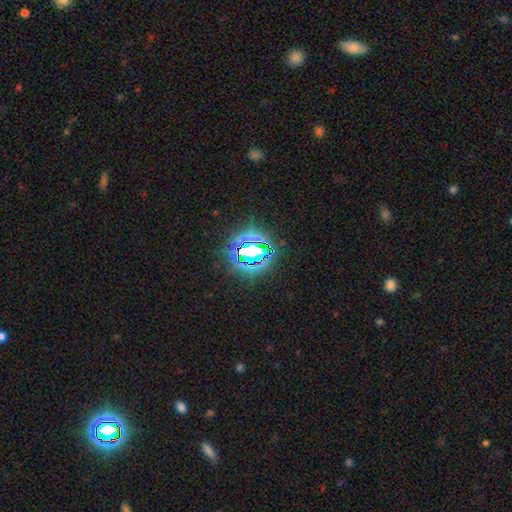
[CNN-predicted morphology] This is likely a star or artifact rather than a galaxy (75%).